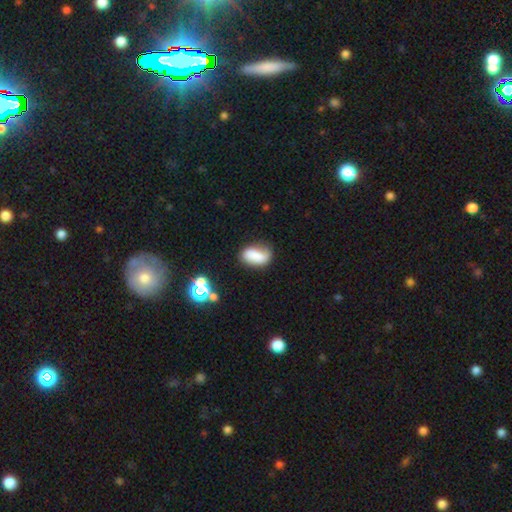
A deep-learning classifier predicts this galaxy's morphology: A smooth galaxy with no disk features (76%) that is in between round and cigar-shaped (86%).

Vote fractions:
- Smooth or featured? smooth: 76% / featured or disk: 13% / star or artifact: 11%
- How rounded? in between: 86% / round: 9% / cigar-shaped: 5%
- Merging? none: 60% / minor disturbance: 26% / major disturbance: 9% / merger: 5%